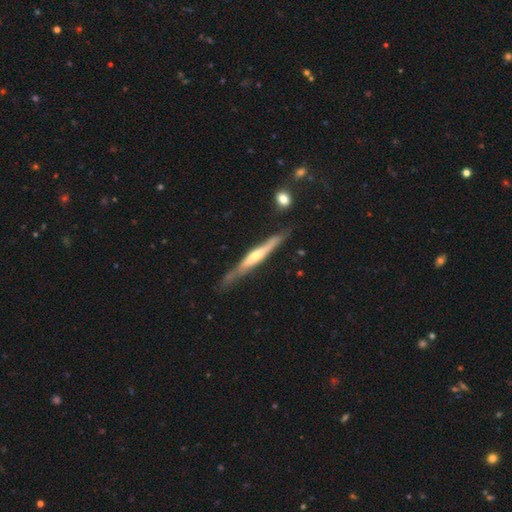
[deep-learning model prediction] Smooth or featured?
  - featured or disk: 72% *
  - smooth: 23%
  - star or artifact: 5%
Edge-on disk?
  - yes: 95% *
  - no: 5%
Edge-on bulge?
  - rounded: 59% *
  - none: 26%
  - boxy: 15%
Merging?
  - none: 74% *
  - minor disturbance: 19%
  - major disturbance: 4%
  - merger: 3%